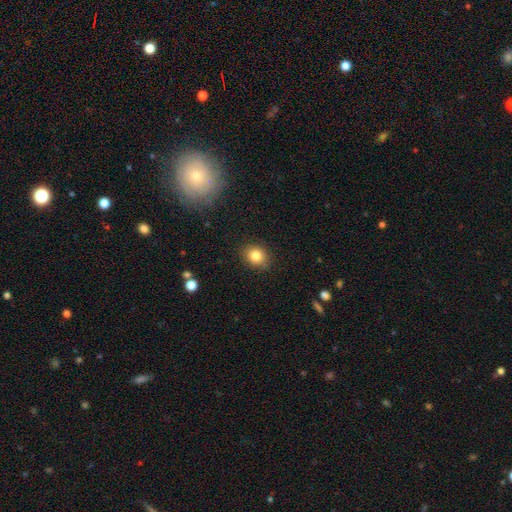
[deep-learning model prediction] Smooth or featured?
  - smooth: 83% *
  - star or artifact: 10%
  - featured or disk: 6%
How rounded?
  - round: 65% *
  - in between: 34%
  - cigar-shaped: 1%
Merging?
  - none: 87% *
  - minor disturbance: 10%
  - major disturbance: 2%
  - merger: 1%